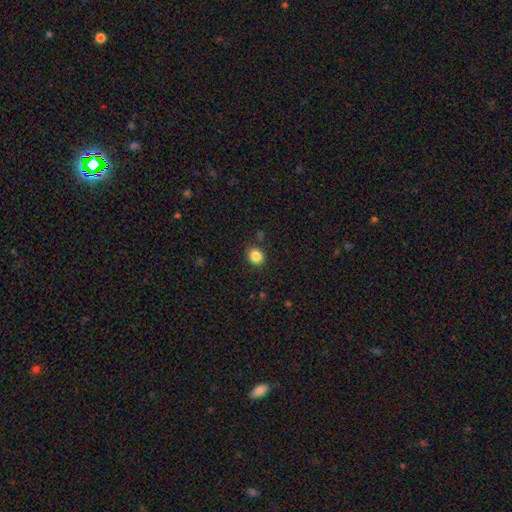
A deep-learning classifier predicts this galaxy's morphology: type=smooth (85%); roundness=round (72%); merging=none (88%).